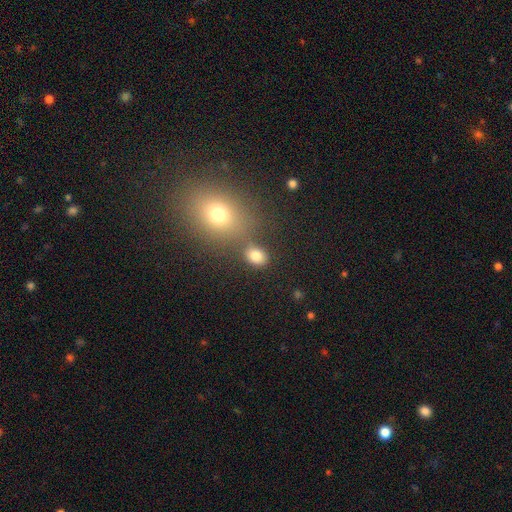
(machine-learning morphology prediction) This appears to be a smooth galaxy with no disk features (80%) that is in between round and cigar-shaped (58%). Merging: none (71%).